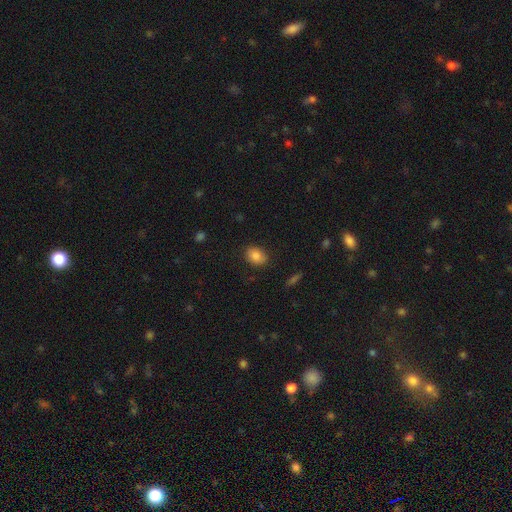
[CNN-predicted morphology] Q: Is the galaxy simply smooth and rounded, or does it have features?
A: smooth — 85%.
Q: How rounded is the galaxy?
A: in between — 69%.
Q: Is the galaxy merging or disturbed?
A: none — 85%.